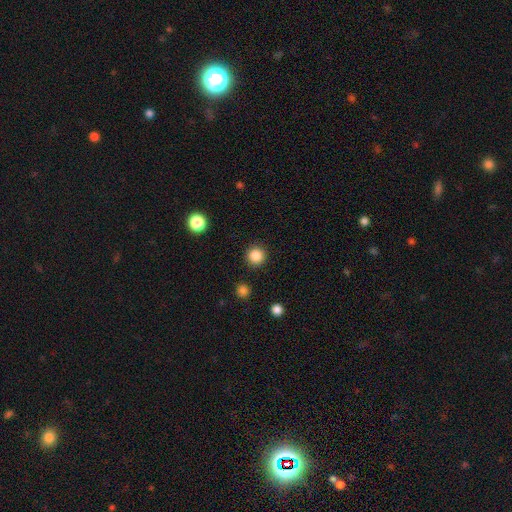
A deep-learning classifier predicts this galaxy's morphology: type=smooth (85%); roundness=round (95%); merging=none (91%).